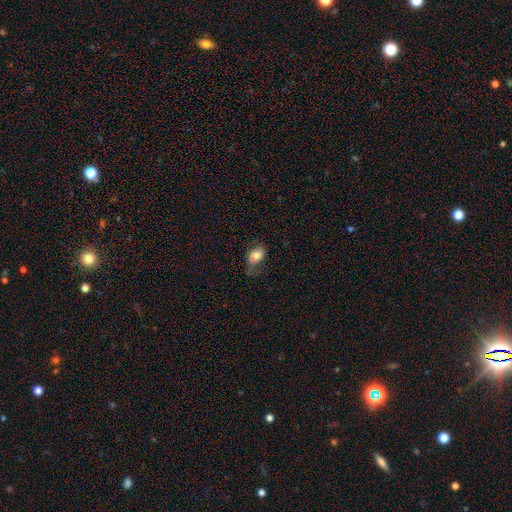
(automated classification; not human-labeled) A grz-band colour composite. It shows a smooth galaxy with no disk features (71%) that is in between round and cigar-shaped (85%). Merging: none (42%).